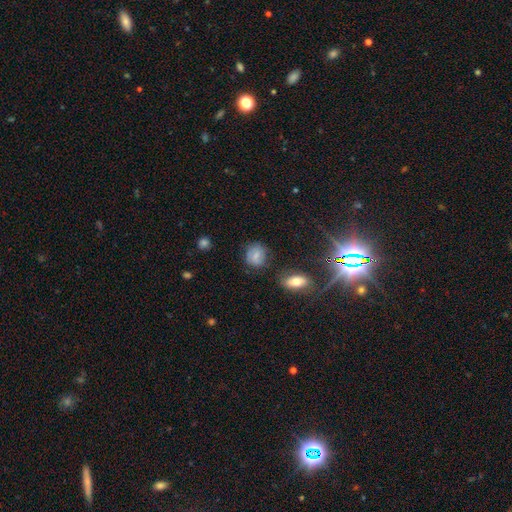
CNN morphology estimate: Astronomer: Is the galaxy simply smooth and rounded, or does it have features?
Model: smooth — 74%.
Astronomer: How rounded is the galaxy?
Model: round — 69%.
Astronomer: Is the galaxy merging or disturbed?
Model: none — 73%.